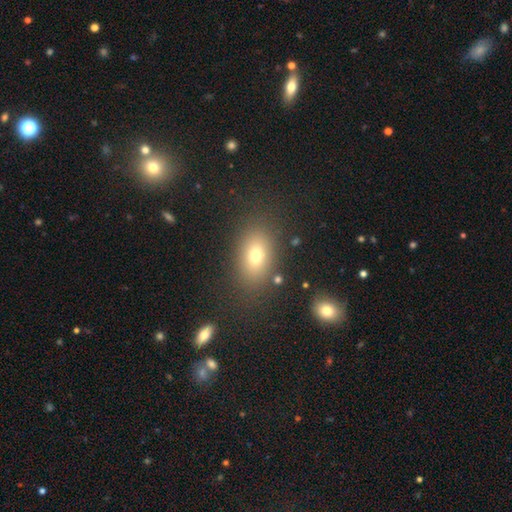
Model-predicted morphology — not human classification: A smooth galaxy with no disk features (74%) that is in between round and cigar-shaped (80%). Merging: none (82%).